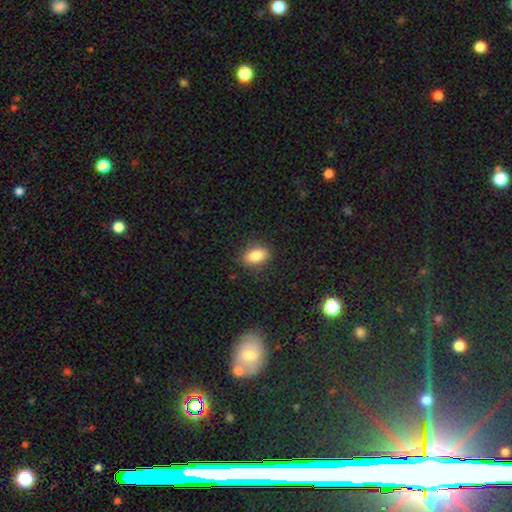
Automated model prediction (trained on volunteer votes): This appears to be a smooth galaxy with no disk features (85%) that is in between round and cigar-shaped (86%). Merging: none (85%).